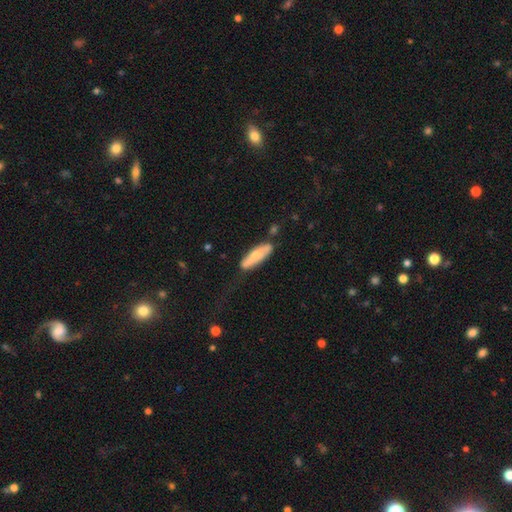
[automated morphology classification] smooth 65%, featured or disk 29%, star or artifact 5%. Down the decision tree: how rounded — cigar-shaped (53%); merging — none (69%).